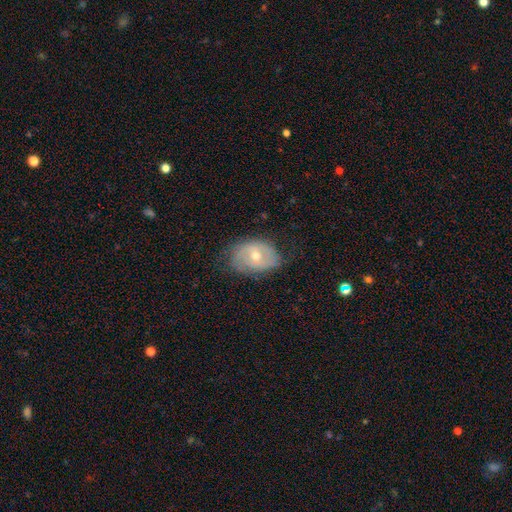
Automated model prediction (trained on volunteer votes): The model was most divided on "bulge size": moderate: 59%, small: 38%, large: 2%, none: 1%, dominant: 1%. More confident: edge-on disk — no (94%); spiral arms — yes (70%); merging — none (65%); bar — no (62%); smooth or featured — featured or disk (61%).